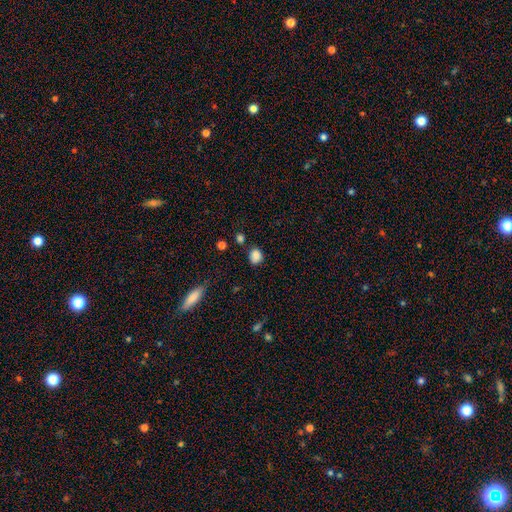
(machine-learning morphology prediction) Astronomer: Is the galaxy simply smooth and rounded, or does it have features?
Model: smooth — 85%.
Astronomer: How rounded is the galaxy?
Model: round — 61% (runner-up: in between, 37%).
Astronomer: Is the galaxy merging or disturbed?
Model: none — 73%.